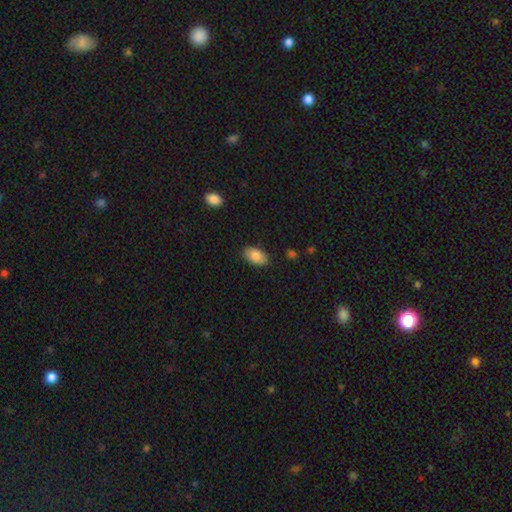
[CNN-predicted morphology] The model was most divided on "merging": none: 85%, minor disturbance: 11%, major disturbance: 2%, merger: 1%. More confident: how rounded — in between (93%); smooth or featured — smooth (84%).